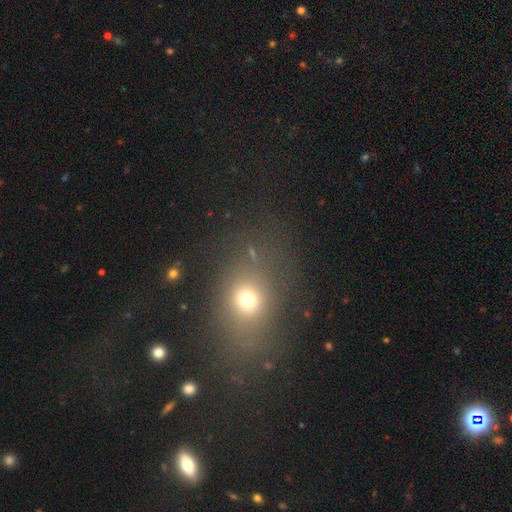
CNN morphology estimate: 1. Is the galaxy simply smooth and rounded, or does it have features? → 61% smooth, 26% star or artifact, 13% featured or disk.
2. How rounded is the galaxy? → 51% round, 46% in between, 3% cigar-shaped.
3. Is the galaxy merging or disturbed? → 71% none, 14% minor disturbance, 12% major disturbance, 4% merger.